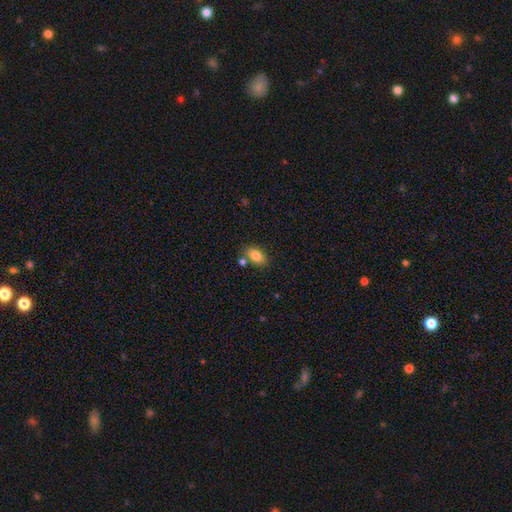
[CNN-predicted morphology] Smooth or featured? Predicted: smooth (p=0.83). How rounded? Predicted: in between (p=0.86). Merging? Predicted: none (p=0.73).